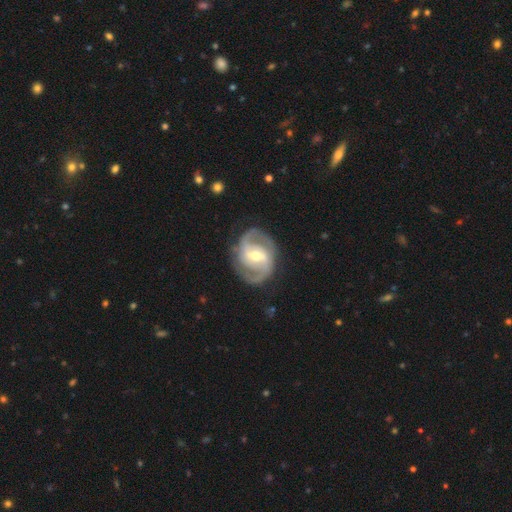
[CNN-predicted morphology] The model was most divided on "bar": weak: 46%, strong: 38%, no: 16%. More confident: edge-on disk — no (97%); spiral arms — yes (96%); smooth or featured — featured or disk (89%); spiral arm count — 2 (89%); merging — none (81%); bulge size — moderate (64%); spiral winding — medium (52%).